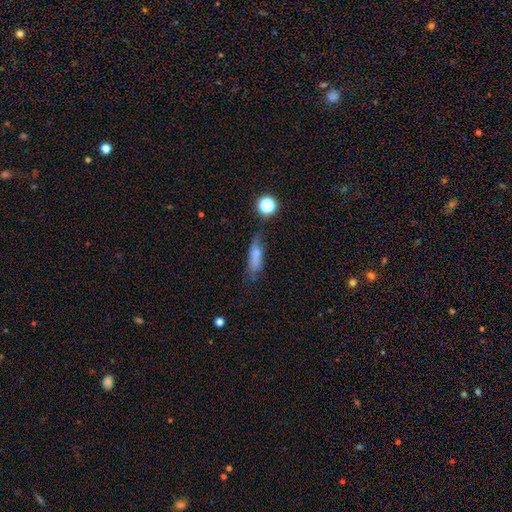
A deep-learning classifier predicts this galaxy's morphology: Q: Smooth or featured?
A: smooth (65%); runner-up: featured or disk (23%)
Q: How rounded?
A: in between (48%); runner-up: cigar-shaped (46%)
Q: Merging?
A: none (50%); runner-up: minor disturbance (29%)